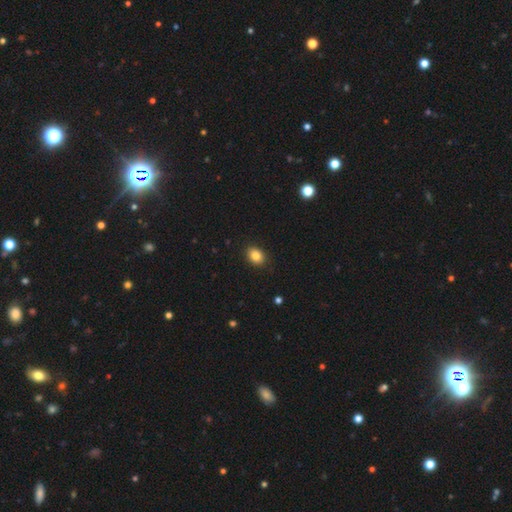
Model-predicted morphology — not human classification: type=smooth (84%); roundness=in between (62%); merging=none (89%).